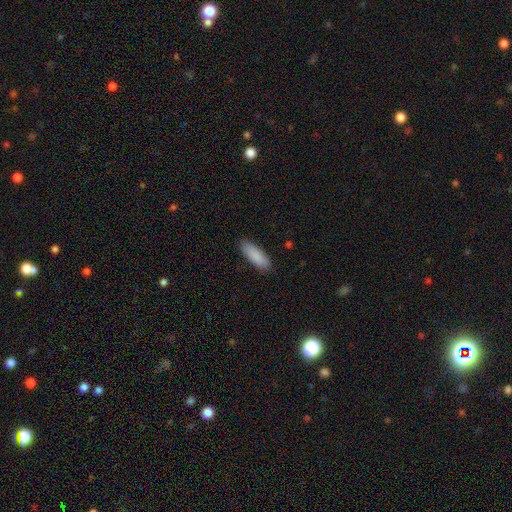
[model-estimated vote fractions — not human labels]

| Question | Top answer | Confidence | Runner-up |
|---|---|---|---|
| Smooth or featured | smooth | 89% | star or artifact (6%) |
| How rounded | in between | 62% | cigar-shaped (37%) |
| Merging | none | 86% | minor disturbance (11%) |